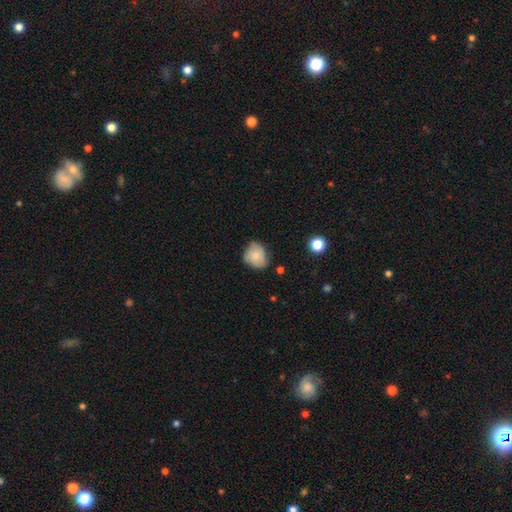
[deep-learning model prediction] Smooth or featured: smooth — 71% (featured or disk — 20%)
How rounded: round — 66% (in between — 33%)
Merging: none — 56% (minor disturbance — 35%)